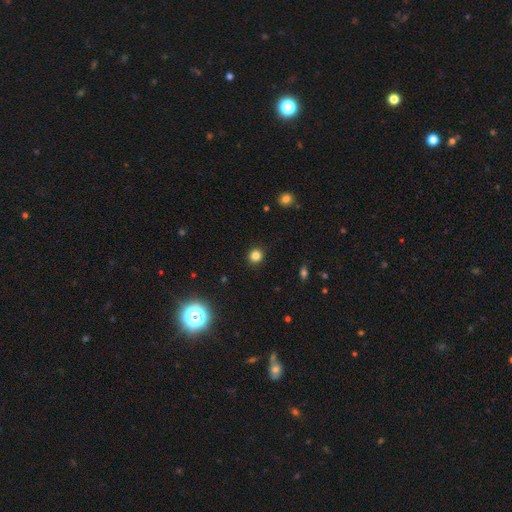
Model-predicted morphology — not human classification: The model was most divided on "smooth or featured": smooth: 82%, star or artifact: 13%, featured or disk: 4%. More confident: merging — none (92%); how rounded — round (91%).